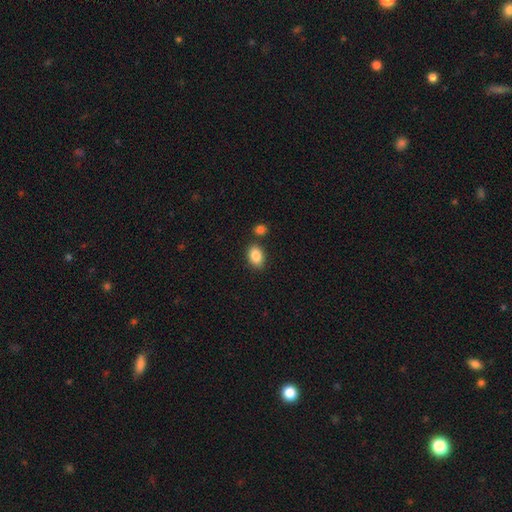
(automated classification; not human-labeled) Morphology: type=smooth (87%); roundness=in between (85%); merging=none (78%).